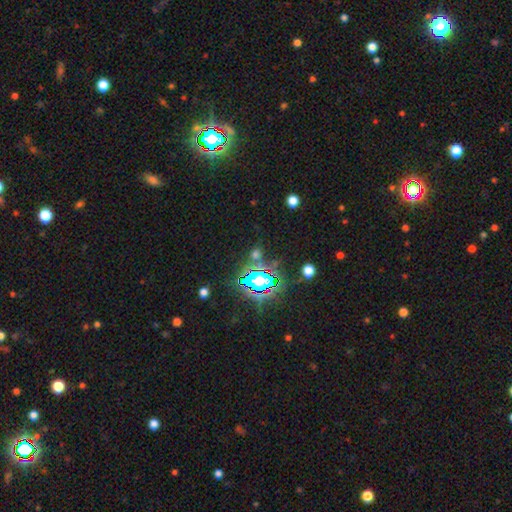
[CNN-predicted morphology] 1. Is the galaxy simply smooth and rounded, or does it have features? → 70% star or artifact, 21% smooth, 9% featured or disk.